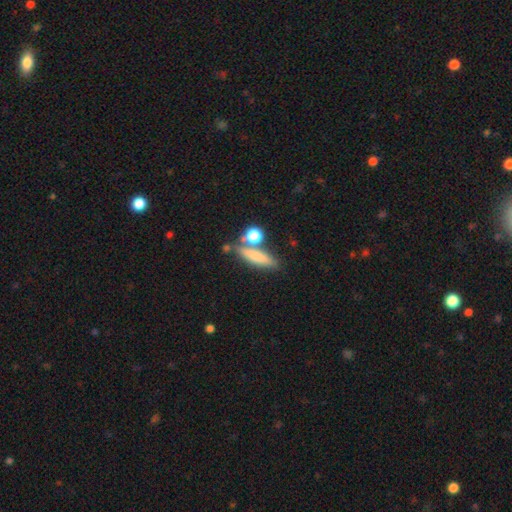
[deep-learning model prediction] Morphology: type=smooth (74%); roundness=cigar-shaped (62%); merging=none (65%).